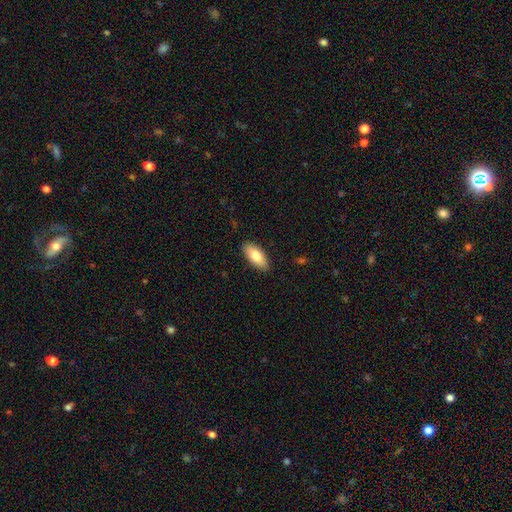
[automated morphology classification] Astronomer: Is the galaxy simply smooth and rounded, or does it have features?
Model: smooth — 80%.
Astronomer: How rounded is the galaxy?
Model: in between — 85%.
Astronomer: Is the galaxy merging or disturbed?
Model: none — 88%.